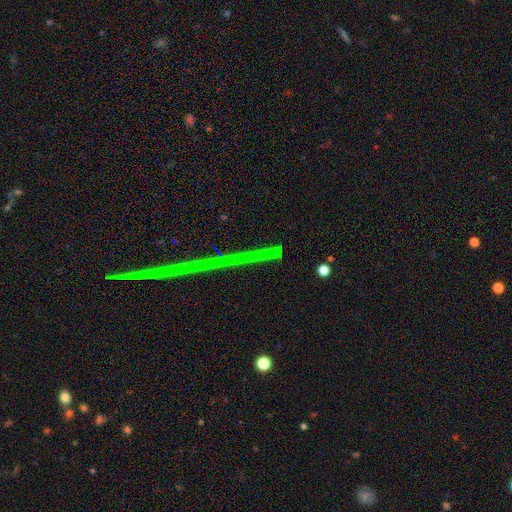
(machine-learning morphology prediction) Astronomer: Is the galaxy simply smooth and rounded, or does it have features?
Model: star or artifact — 57%.